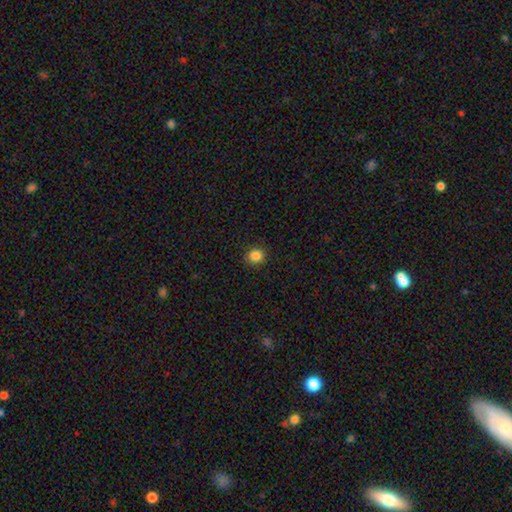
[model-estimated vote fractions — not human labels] Smooth or featured: smooth — 85% (star or artifact — 11%)
How rounded: round — 86% (in between — 13%)
Merging: none — 90% (minor disturbance — 7%)